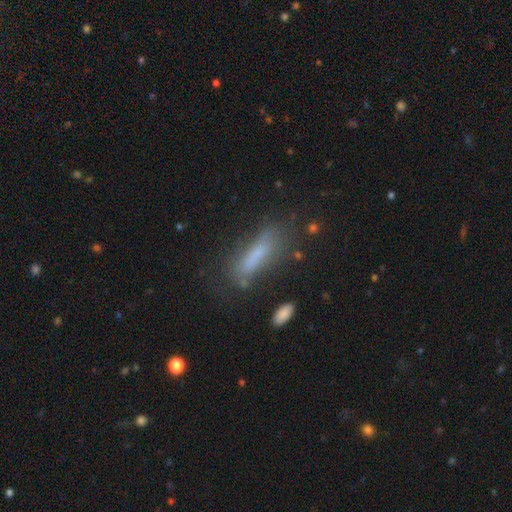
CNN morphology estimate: smooth_or_featured: smooth (p=0.63) [alt: featured or disk p=0.24]
how_rounded: cigar-shaped (p=0.70) [alt: in between p=0.28]
merging: none (p=0.65) [alt: minor disturbance p=0.20]